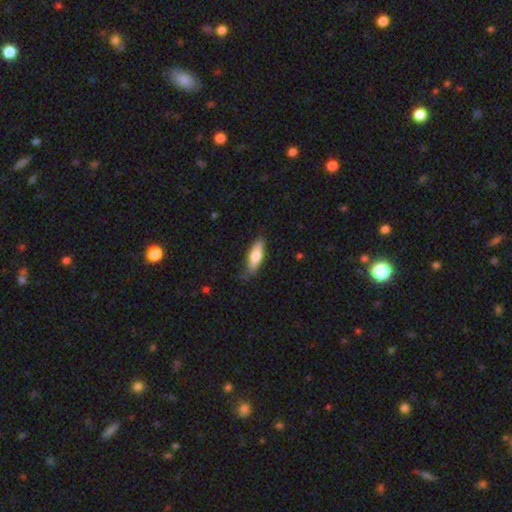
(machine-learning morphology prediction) Smooth or featured?
  - smooth: 69% *
  - featured or disk: 26%
  - star or artifact: 6%
How rounded?
  - cigar-shaped: 50% *
  - in between: 48%
  - round: 2%
Merging?
  - none: 79% *
  - minor disturbance: 17%
  - major disturbance: 3%
  - merger: 1%